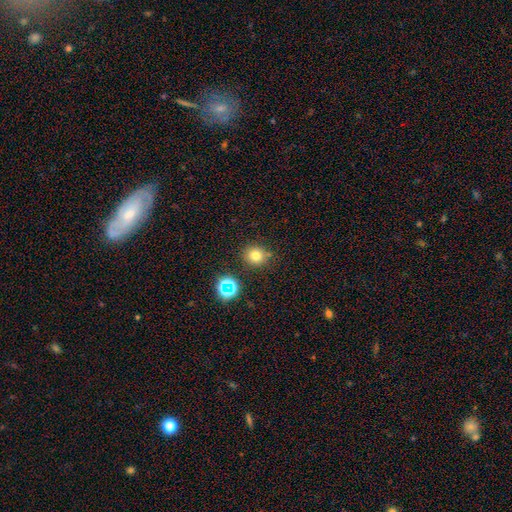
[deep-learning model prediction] A smooth galaxy with no disk features (74%) that is round (87%). Merging: none (83%).